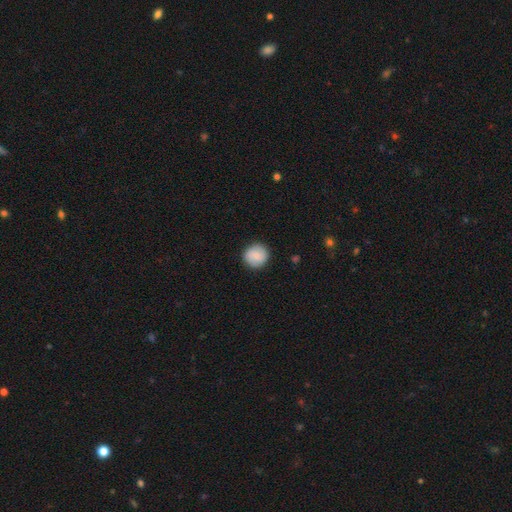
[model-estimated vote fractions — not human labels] Morphology: type=smooth (79%); roundness=round (93%); merging=none (89%).